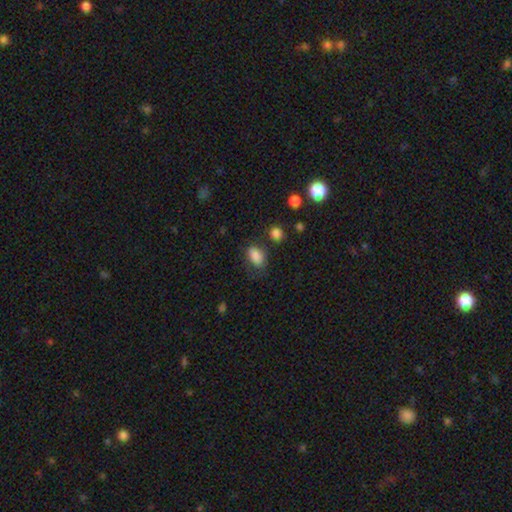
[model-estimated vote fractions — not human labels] This is clearly a smooth galaxy (85%). How rounded: clearly in between (87%). Merging: likely none (62%).